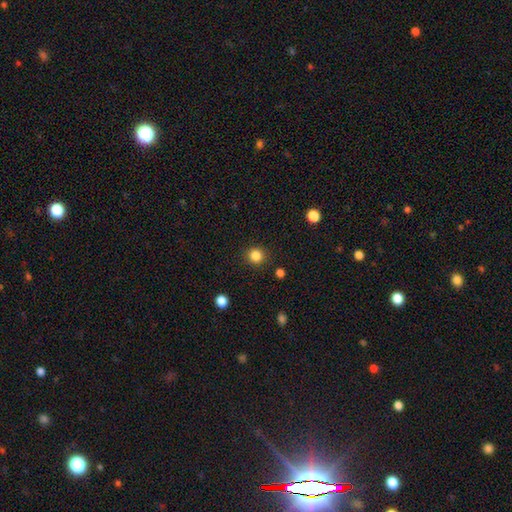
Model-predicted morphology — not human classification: smooth 84%, star or artifact 12%, featured or disk 4%. Down the decision tree: how rounded — round (91%); merging — none (89%).